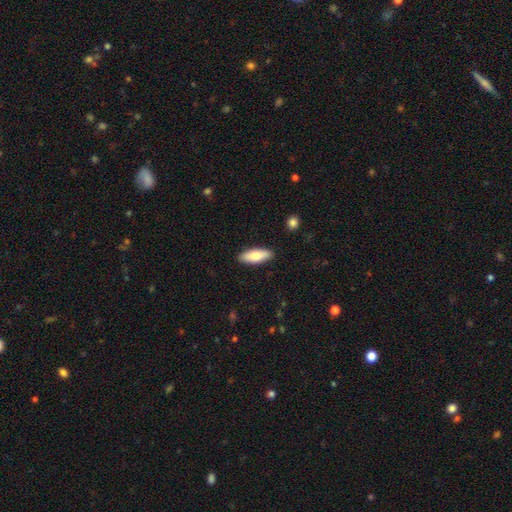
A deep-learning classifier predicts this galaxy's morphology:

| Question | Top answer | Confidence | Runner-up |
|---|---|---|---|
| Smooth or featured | smooth | 78% | featured or disk (16%) |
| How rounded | in between | 65% | cigar-shaped (33%) |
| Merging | none | 89% | minor disturbance (8%) |